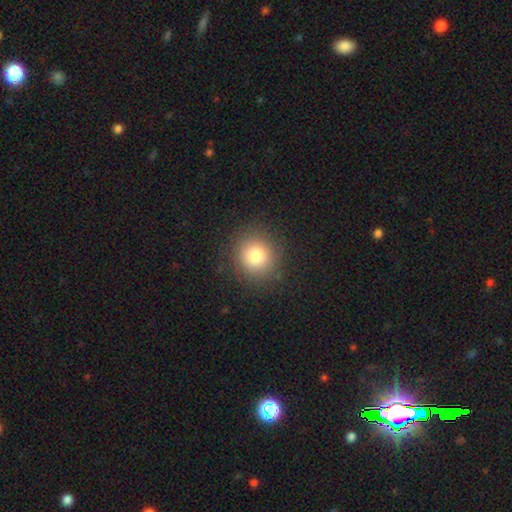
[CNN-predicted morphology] smooth 81%, star or artifact 11%, featured or disk 8%. Down the decision tree: how rounded — round (89%); merging — none (88%).